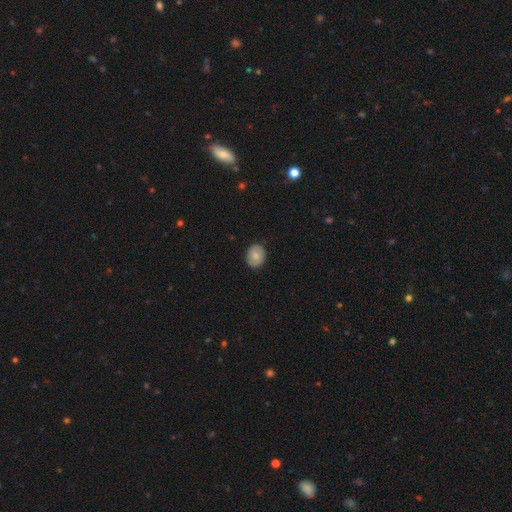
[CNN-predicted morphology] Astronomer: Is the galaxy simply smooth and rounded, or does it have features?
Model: smooth — 78%.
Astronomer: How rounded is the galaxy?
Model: round — 50% (runner-up: in between, 49%).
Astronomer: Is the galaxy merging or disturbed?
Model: none — 87%.